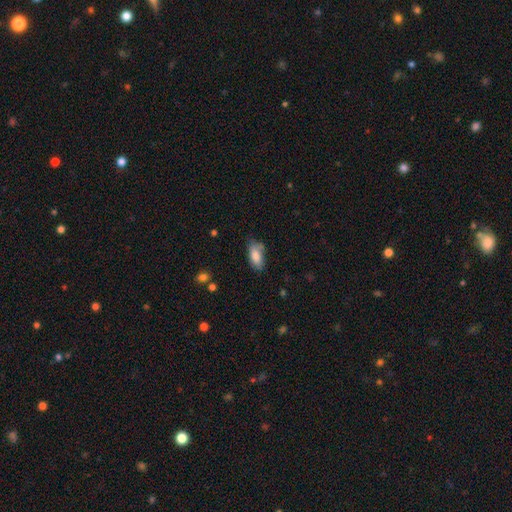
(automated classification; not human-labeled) Smooth or featured? Predicted: smooth (p=0.84). How rounded? Predicted: in between (p=0.87). Merging? Predicted: none (p=0.65).